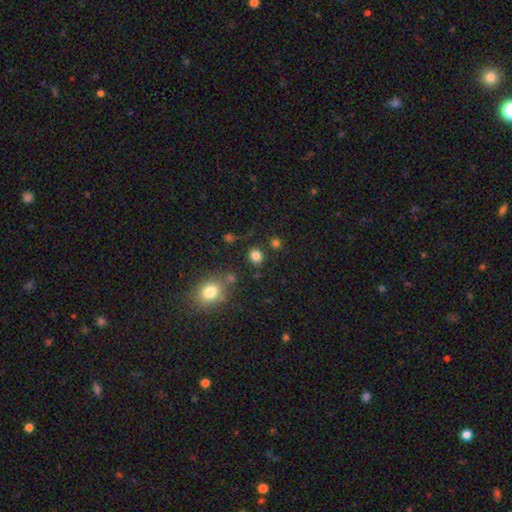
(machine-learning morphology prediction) Smooth or featured?
  - smooth: 82% *
  - star or artifact: 13%
  - featured or disk: 5%
How rounded?
  - round: 75% *
  - in between: 24%
  - cigar-shaped: 1%
Merging?
  - none: 82% *
  - minor disturbance: 9%
  - merger: 6%
  - major disturbance: 4%